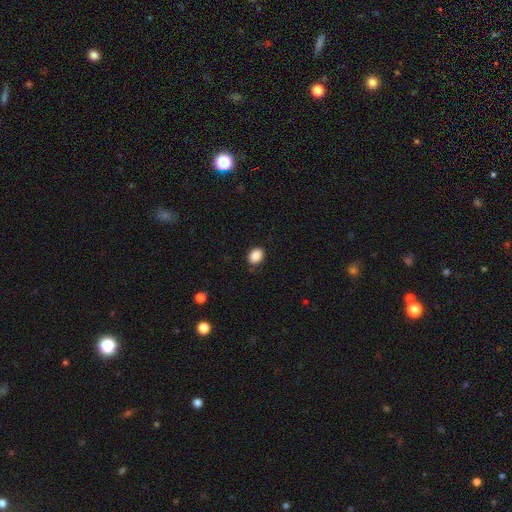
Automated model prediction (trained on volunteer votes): smooth-or-featured: smooth: 88% | star or artifact: 9% | featured or disk: 3%
  how-rounded: in between: 60% | round: 39% | cigar-shaped: 1%
  merging: none: 83% | minor disturbance: 13% | major disturbance: 3% | merger: 1%